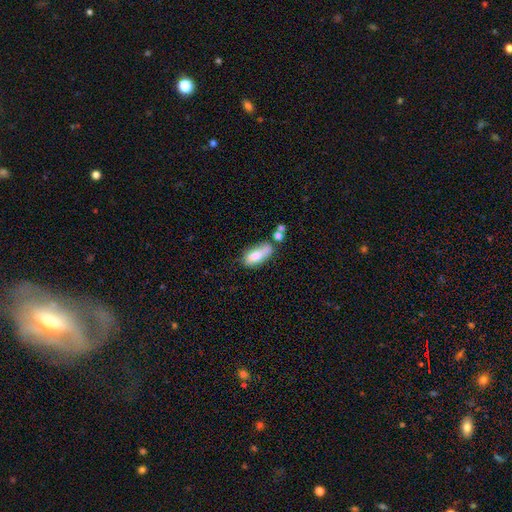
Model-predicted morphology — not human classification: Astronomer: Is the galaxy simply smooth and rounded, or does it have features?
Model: smooth — 76%.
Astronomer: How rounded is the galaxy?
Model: in between — 81%.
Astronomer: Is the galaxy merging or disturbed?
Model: none — 43% (runner-up: minor disturbance, 27%).